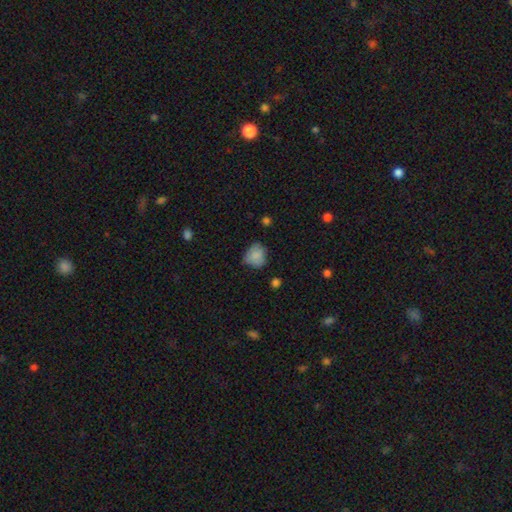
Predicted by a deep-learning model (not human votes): Smooth or featured? smooth (81%)
How rounded? round (63%)
Merging? none (57%)